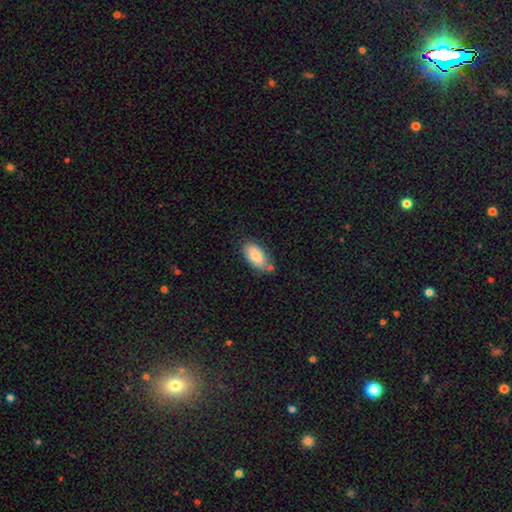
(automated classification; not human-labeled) A smooth galaxy with no disk features (82%) that is in between round and cigar-shaped (92%). Merging: none (69%).